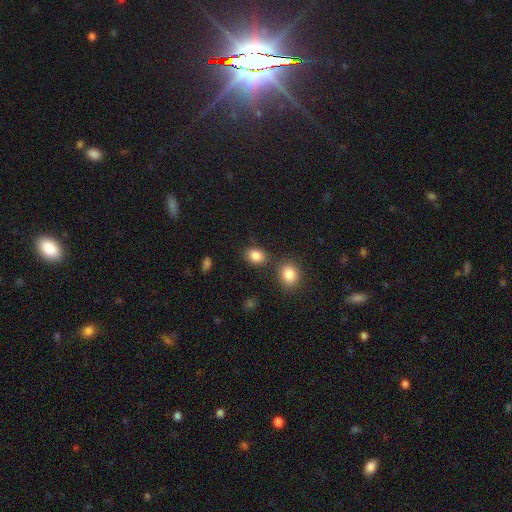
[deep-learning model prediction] A smooth galaxy with no disk features (86%) that is in between round and cigar-shaped (62%).

Vote fractions:
- Smooth or featured? smooth: 86% / star or artifact: 10% / featured or disk: 5%
- How rounded? in between: 62% / round: 37% / cigar-shaped: 1%
- Merging? none: 74% / minor disturbance: 11% / merger: 11% / major disturbance: 4%